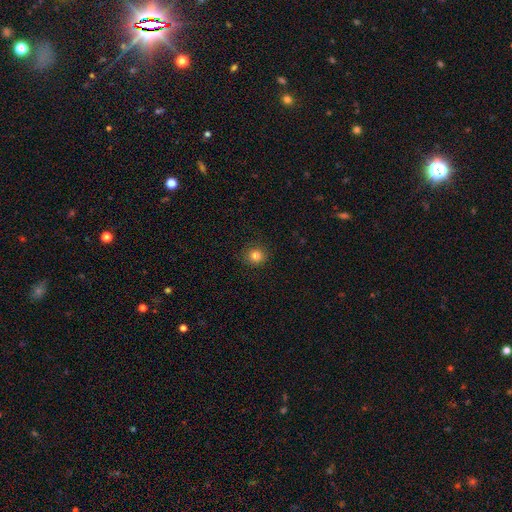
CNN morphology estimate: Smooth or featured? Predicted: smooth (p=0.82). How rounded? Predicted: round (p=0.90). Merging? Predicted: none (p=0.91).